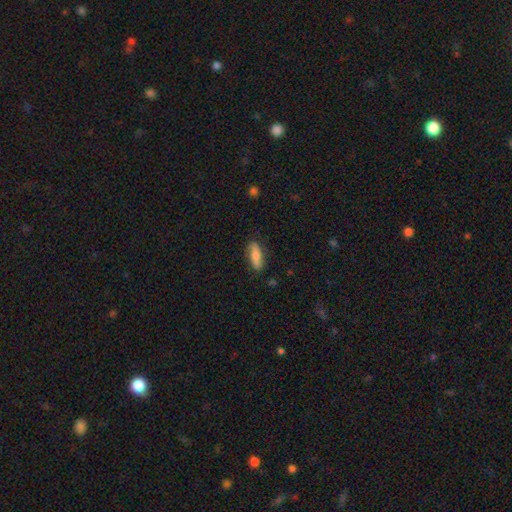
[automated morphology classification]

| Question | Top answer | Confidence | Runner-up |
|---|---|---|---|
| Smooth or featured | smooth | 76% | featured or disk (18%) |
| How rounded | in between | 55% | cigar-shaped (43%) |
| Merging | none | 80% | minor disturbance (15%) |